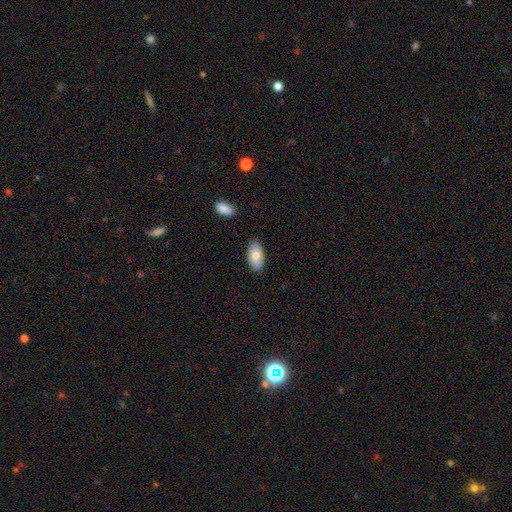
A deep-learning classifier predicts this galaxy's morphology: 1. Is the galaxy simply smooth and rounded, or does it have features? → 80% smooth, 14% featured or disk, 6% star or artifact.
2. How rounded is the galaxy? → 95% in between, 3% round, 2% cigar-shaped.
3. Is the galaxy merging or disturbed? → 84% none, 12% minor disturbance, 2% major disturbance, 2% merger.